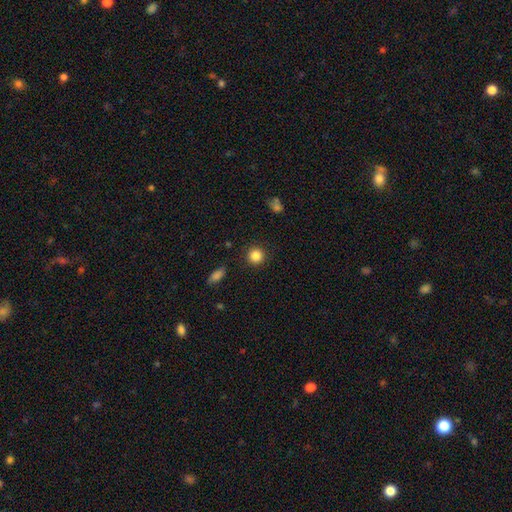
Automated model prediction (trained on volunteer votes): Smooth or featured? smooth (85%)
How rounded? round (92%)
Merging? none (89%)